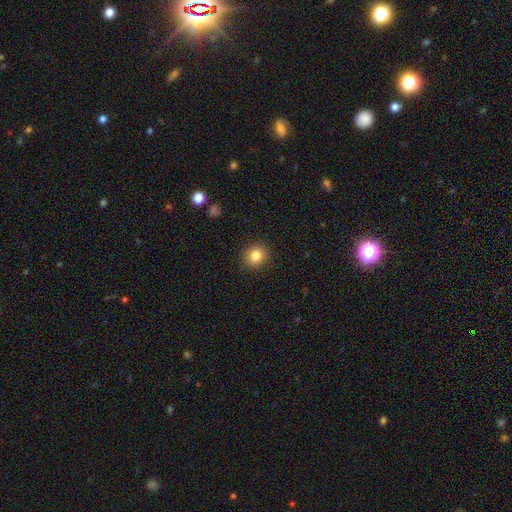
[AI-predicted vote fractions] Smooth or featured: smooth — 83% (star or artifact — 11%)
How rounded: round — 84% (in between — 16%)
Merging: none — 91% (minor disturbance — 6%)